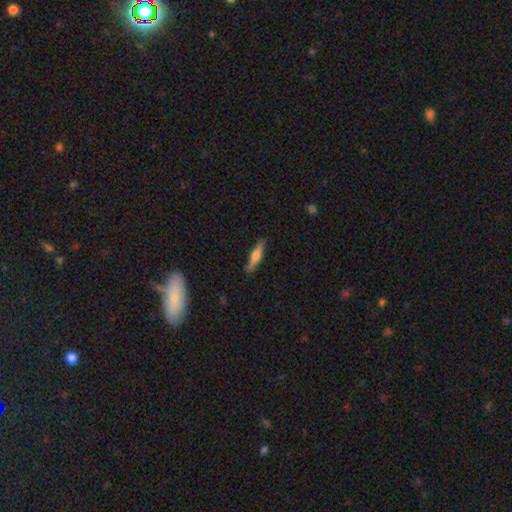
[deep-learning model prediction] Morphology: type=featured or disk (48%); merging=none (85%).